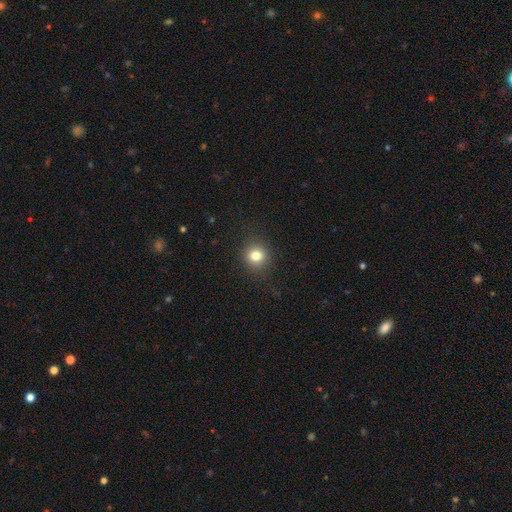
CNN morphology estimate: type=smooth (81%); roundness=round (85%); merging=none (89%).